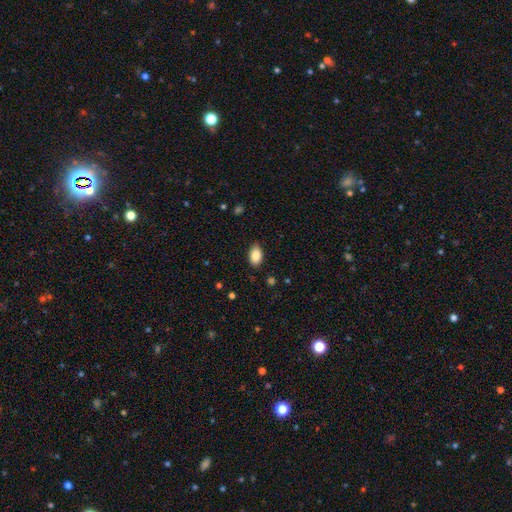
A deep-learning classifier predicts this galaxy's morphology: Overall: smooth (87%). How rounded: in between (92%). Merging: none (85%).